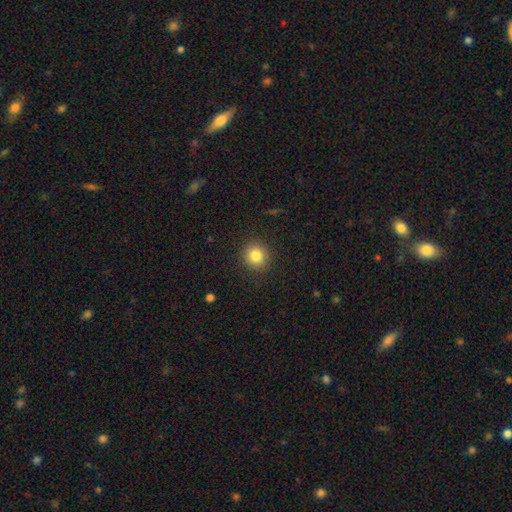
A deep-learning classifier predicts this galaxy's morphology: type=smooth (83%); roundness=round (90%); merging=none (91%).